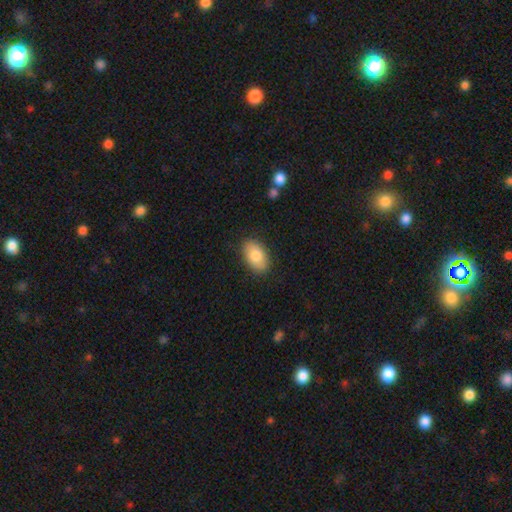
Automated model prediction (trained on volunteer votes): Smooth or featured?
  - smooth: 83% *
  - featured or disk: 11%
  - star or artifact: 6%
How rounded?
  - in between: 92% *
  - round: 6%
  - cigar-shaped: 2%
Merging?
  - none: 87% *
  - minor disturbance: 10%
  - major disturbance: 2%
  - merger: 1%